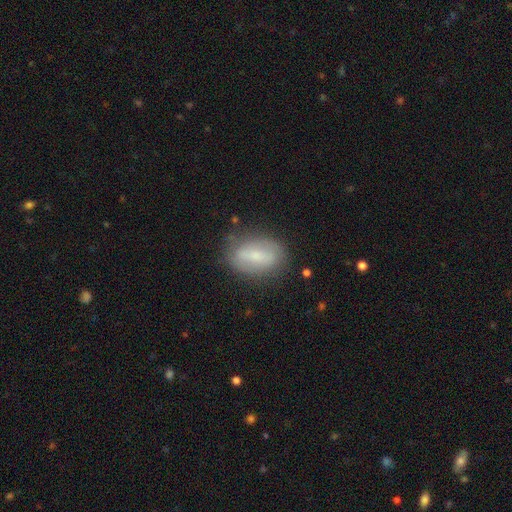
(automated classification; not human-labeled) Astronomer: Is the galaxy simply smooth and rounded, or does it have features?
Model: smooth — 56% (runner-up: featured or disk, 36%).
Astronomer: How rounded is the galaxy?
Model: in between — 84%.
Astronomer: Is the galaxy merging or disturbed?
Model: none — 76%.